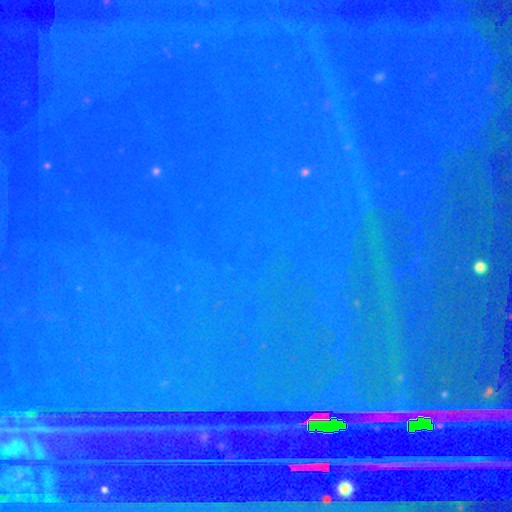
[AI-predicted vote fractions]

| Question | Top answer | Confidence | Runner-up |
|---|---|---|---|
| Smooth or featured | star or artifact | 80% | smooth (12%) |